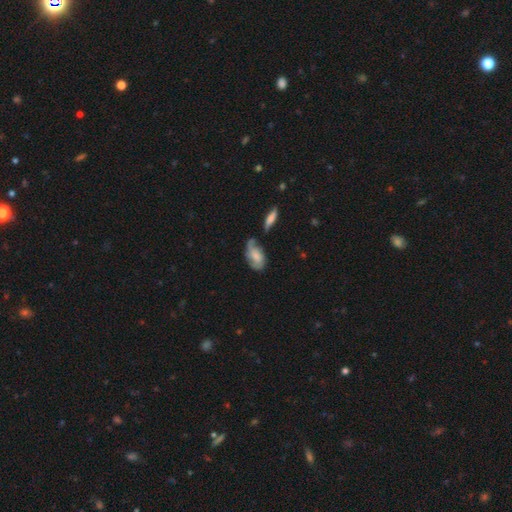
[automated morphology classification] The model was most divided on "smooth or featured": smooth: 48%, featured or disk: 45%, star or artifact: 7%. Remaining: merging — none (41%).